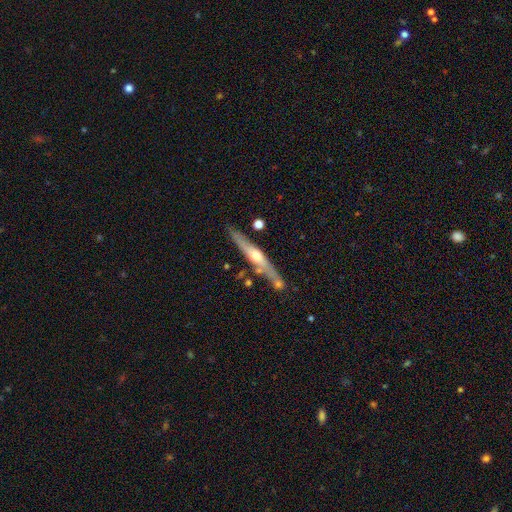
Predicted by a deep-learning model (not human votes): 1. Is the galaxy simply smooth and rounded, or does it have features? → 66% featured or disk, 28% smooth, 5% star or artifact.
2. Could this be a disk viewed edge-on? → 94% yes, 6% no.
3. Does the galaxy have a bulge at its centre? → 85% rounded, 10% none, 5% boxy.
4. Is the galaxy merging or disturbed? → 76% none, 13% minor disturbance, 8% merger, 3% major disturbance.